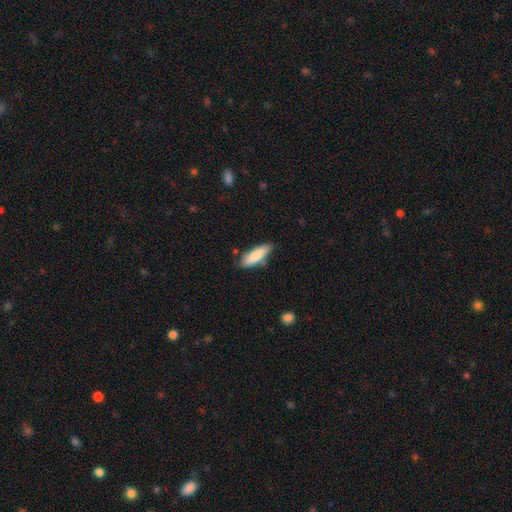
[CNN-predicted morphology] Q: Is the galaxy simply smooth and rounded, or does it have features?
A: smooth — 84%.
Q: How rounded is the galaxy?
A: cigar-shaped — 49%, tied with in between.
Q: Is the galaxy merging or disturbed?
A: none — 76%.